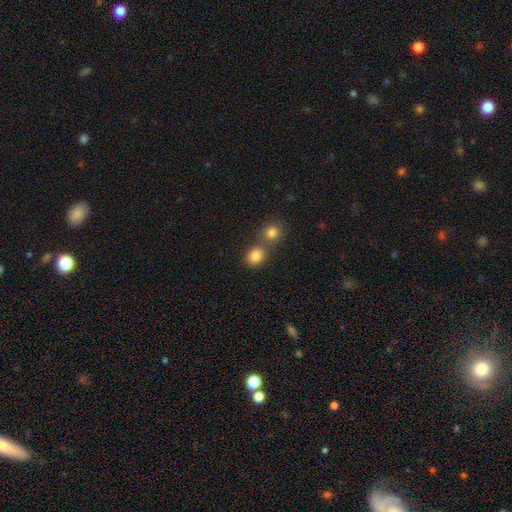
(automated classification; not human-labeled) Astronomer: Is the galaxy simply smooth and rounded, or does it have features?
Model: smooth — 82%.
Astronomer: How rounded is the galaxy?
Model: round — 62%.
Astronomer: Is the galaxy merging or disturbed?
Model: none — 50% (runner-up: merger, 39%).